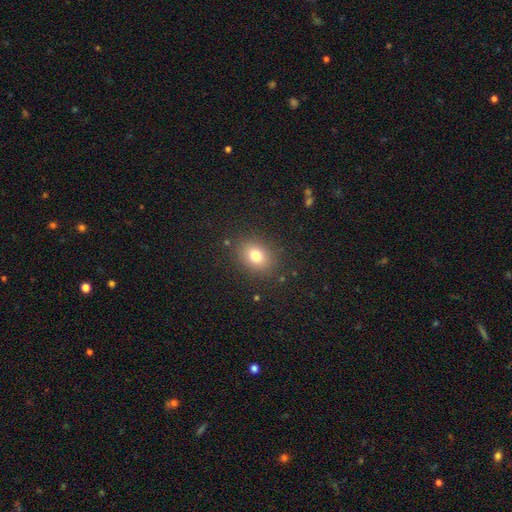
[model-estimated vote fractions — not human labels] The model was most divided on "how rounded": in between: 53%, round: 46%, cigar-shaped: 1%. More confident: merging — none (86%); smooth or featured — smooth (77%).